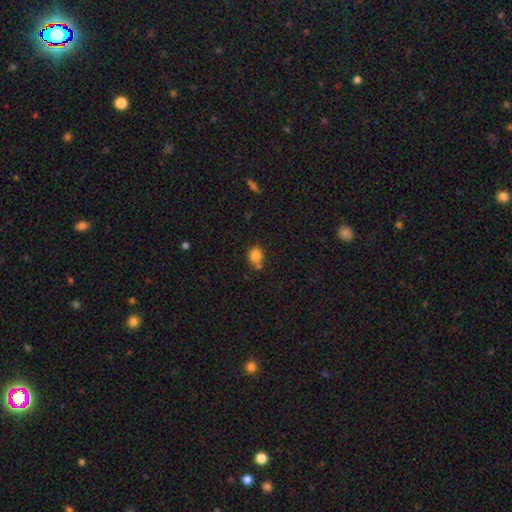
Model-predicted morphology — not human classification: Smooth or featured? smooth (84%)
How rounded? round (67%)
Merging? none (59%)